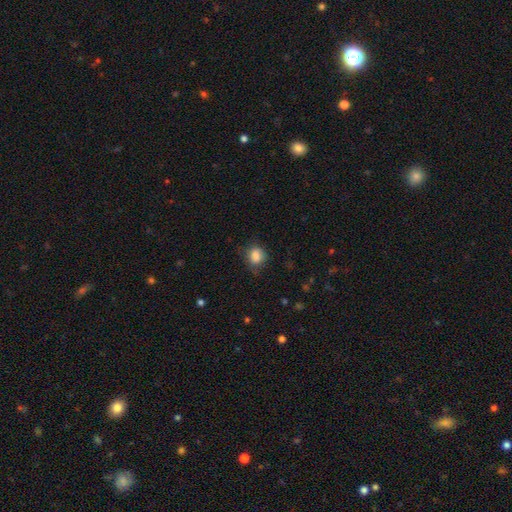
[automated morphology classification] This is clearly a smooth galaxy (84%). How rounded: possibly round (60%). Merging: likely none (66%).